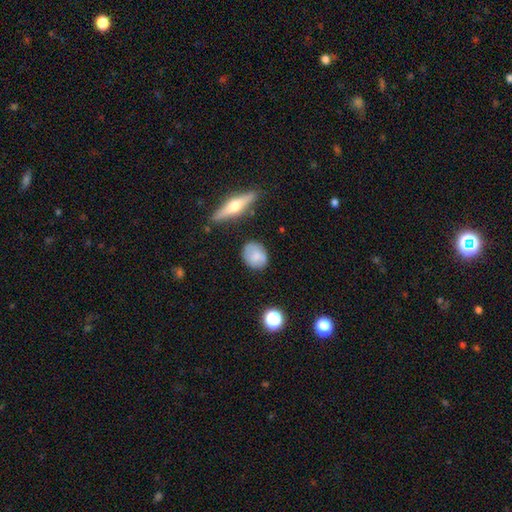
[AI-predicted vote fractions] Smooth or featured: smooth — 72% (featured or disk — 20%)
How rounded: in between — 50% (round — 47%)
Merging: none — 77% (minor disturbance — 17%)